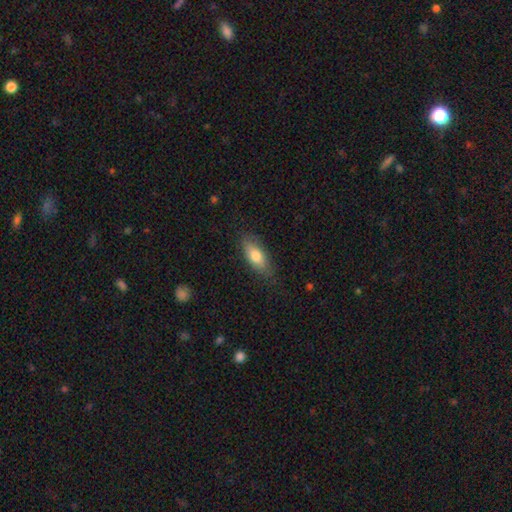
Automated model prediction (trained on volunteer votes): Smooth or featured? Predicted: smooth (p=0.76). How rounded? Predicted: in between (p=0.80). Merging? Predicted: none (p=0.80).